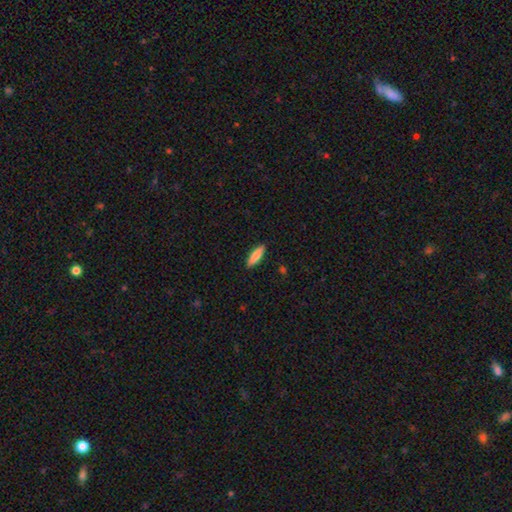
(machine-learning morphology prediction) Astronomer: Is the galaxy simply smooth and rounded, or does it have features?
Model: smooth — 80%.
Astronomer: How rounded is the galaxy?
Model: cigar-shaped — 63%.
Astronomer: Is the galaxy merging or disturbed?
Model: none — 90%.